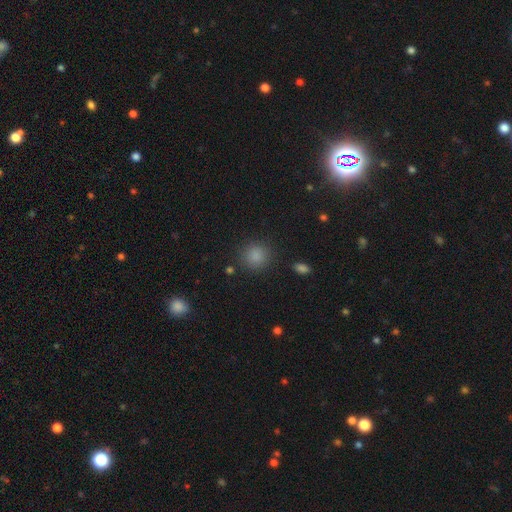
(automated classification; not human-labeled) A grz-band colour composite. It shows a smooth galaxy with no disk features (85%) that is round (90%). Merging: none (86%).